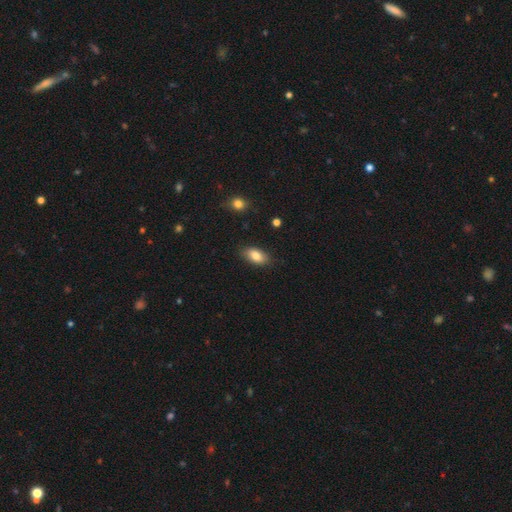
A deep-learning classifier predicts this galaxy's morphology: Smooth or featured? smooth (83%)
How rounded? in between (91%)
Merging? none (84%)